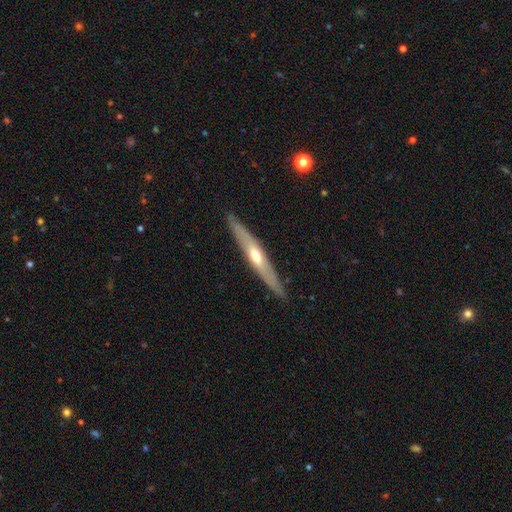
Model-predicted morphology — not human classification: The model was most divided on "smooth or featured": featured or disk: 60%, smooth: 35%, star or artifact: 5%. More confident: merging — none (88%); edge-on disk — yes (88%); edge-on bulge — rounded (78%).